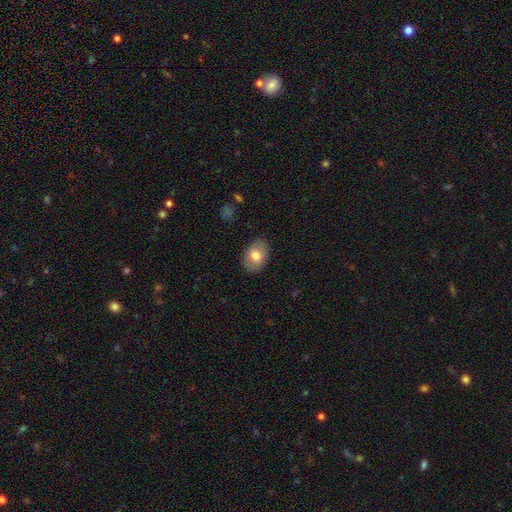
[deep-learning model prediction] Smooth or featured? Predicted: smooth (p=0.74). How rounded? Predicted: in between (p=0.80). Merging? Predicted: none (p=0.86).